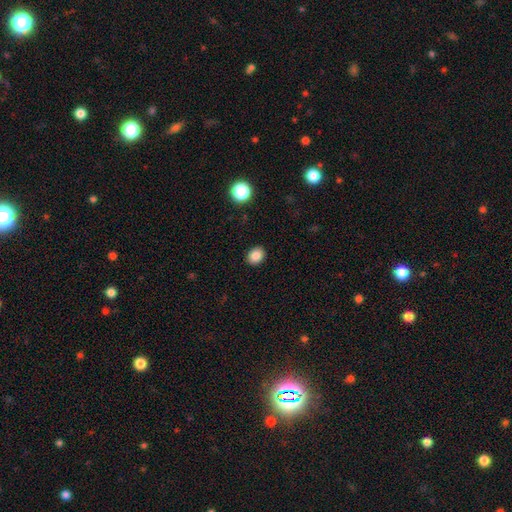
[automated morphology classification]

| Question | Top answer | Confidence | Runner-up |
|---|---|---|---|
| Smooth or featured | smooth | 86% | star or artifact (10%) |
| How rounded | round | 51% | in between (48%) |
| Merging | none | 90% | minor disturbance (7%) |